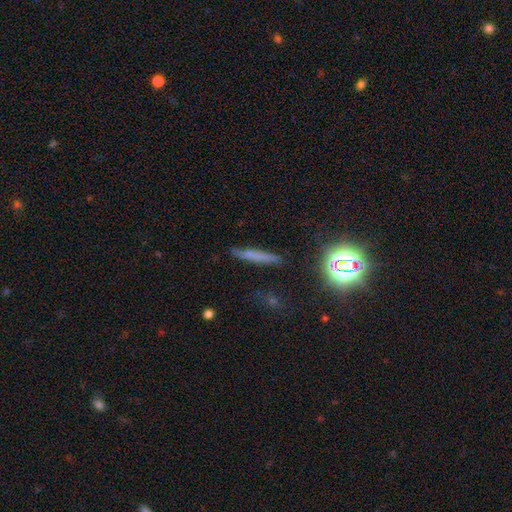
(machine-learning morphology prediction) Overall: smooth (56%; featured or disk 26%). How rounded: cigar-shaped (92%). Merging: none (83%).